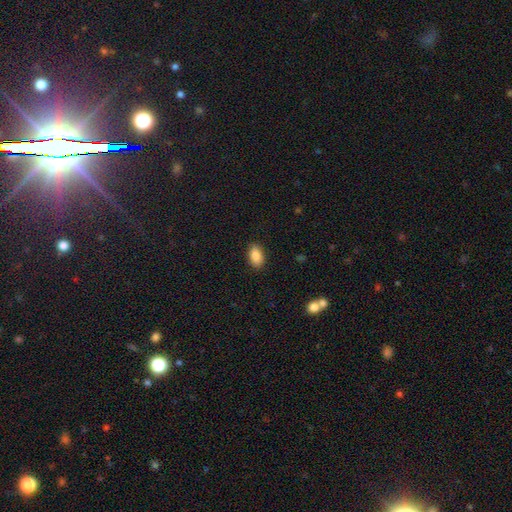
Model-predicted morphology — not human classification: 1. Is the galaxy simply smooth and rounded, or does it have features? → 86% smooth, 8% star or artifact, 6% featured or disk.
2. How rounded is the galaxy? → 91% in between, 7% round, 2% cigar-shaped.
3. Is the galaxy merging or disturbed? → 88% none, 8% minor disturbance, 2% major disturbance, 1% merger.